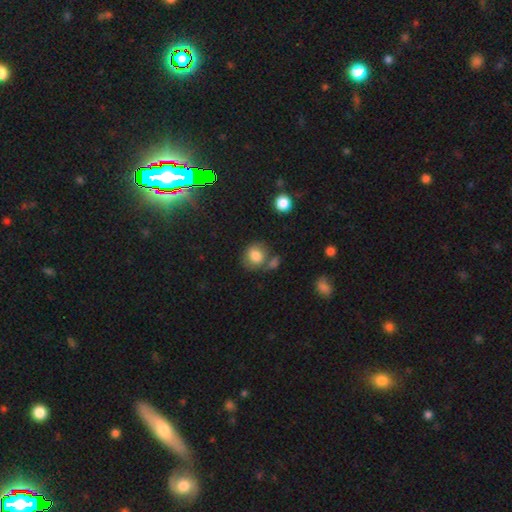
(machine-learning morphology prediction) Overall: smooth (80%). How rounded: round (73%). Merging: none (60%).